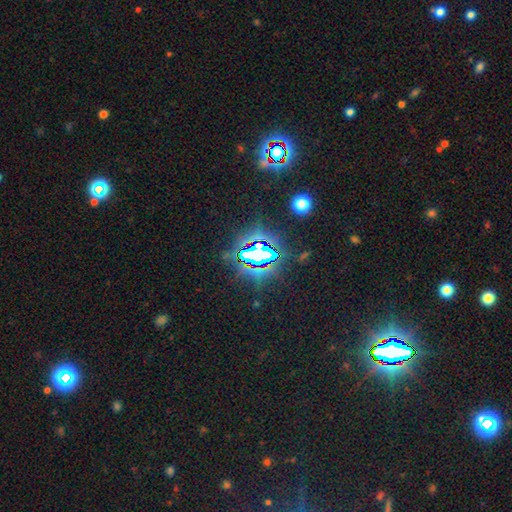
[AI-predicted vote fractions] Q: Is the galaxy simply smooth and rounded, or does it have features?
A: star or artifact — 77%.